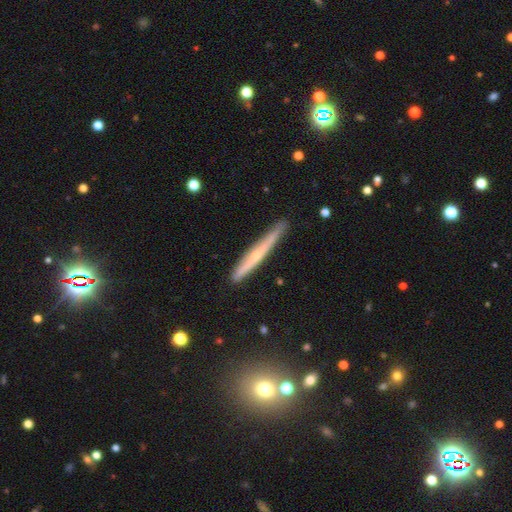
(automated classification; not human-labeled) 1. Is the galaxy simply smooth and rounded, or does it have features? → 62% featured or disk, 31% smooth, 7% star or artifact.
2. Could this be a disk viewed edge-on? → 96% yes, 4% no.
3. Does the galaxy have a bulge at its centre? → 61% rounded, 36% none, 3% boxy.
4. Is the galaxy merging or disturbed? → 86% none, 11% minor disturbance, 2% major disturbance, 1% merger.